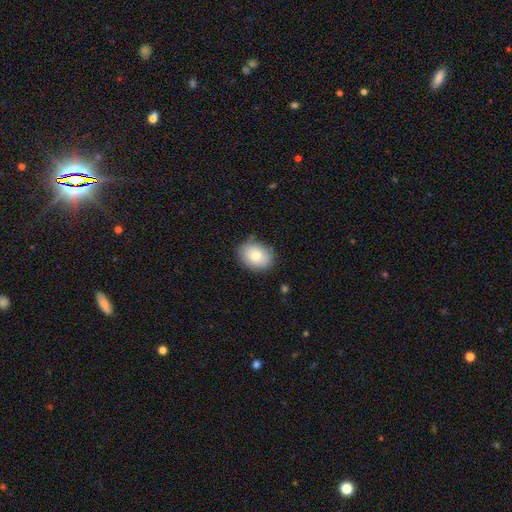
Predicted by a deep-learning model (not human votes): A smooth galaxy with no disk features (81%) that is in between round and cigar-shaped (71%). Merging: none (80%).